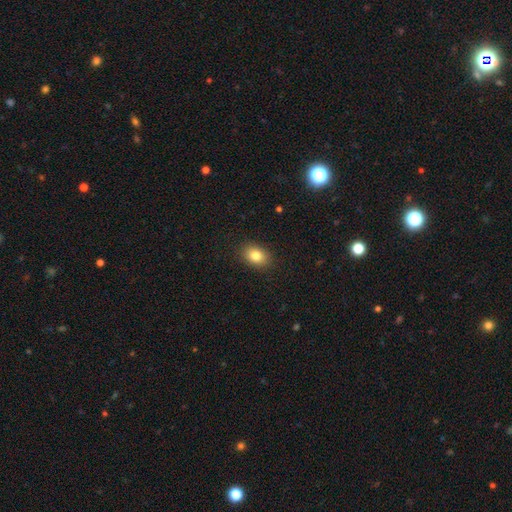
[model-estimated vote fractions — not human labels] Smooth or featured? smooth (83%)
How rounded? in between (73%)
Merging? none (88%)